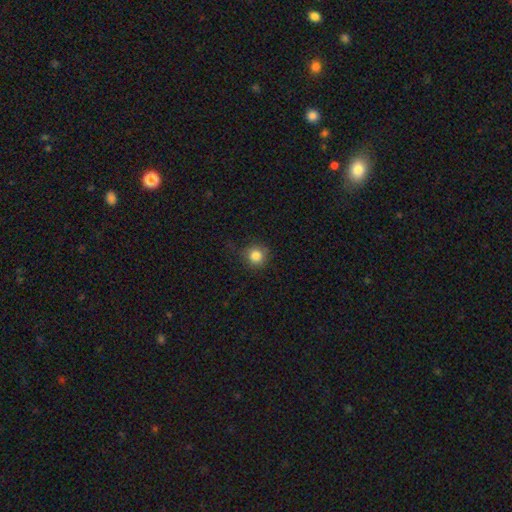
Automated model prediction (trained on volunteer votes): Smooth or featured: smooth — 84% (star or artifact — 11%)
How rounded: round — 93% (in between — 6%)
Merging: none — 79% (minor disturbance — 15%)